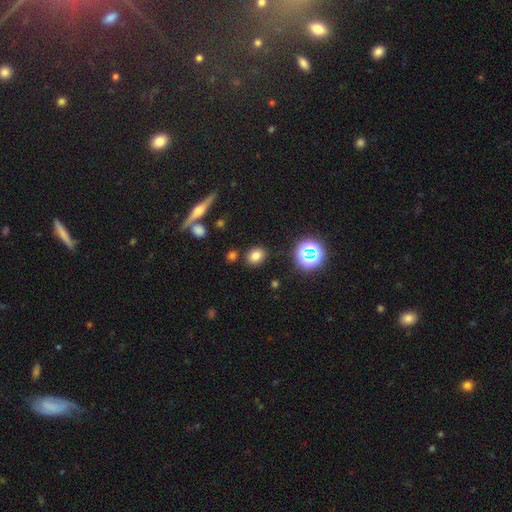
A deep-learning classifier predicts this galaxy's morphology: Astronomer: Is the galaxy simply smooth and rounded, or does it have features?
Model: smooth — 76%.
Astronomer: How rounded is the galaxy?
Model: round — 50% (runner-up: in between, 48%).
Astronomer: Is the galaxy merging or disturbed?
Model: none — 84%.